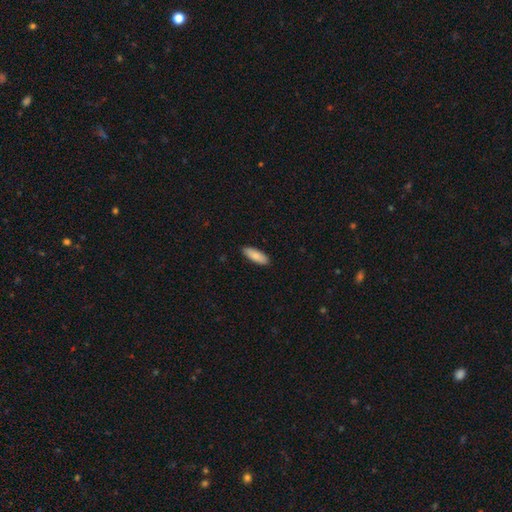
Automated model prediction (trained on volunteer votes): This appears to be a smooth galaxy with no disk features (85%) that is in between round and cigar-shaped (66%). Merging: none (89%).